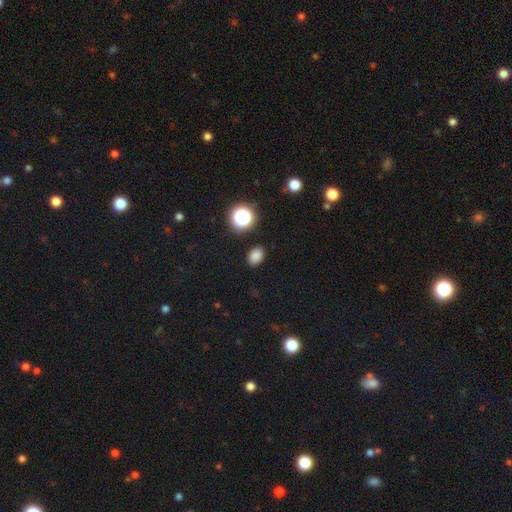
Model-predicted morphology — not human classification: Q: Smooth or featured?
A: smooth (81%); runner-up: star or artifact (15%)
Q: How rounded?
A: in between (65%); runner-up: round (34%)
Q: Merging?
A: none (87%); runner-up: minor disturbance (9%)